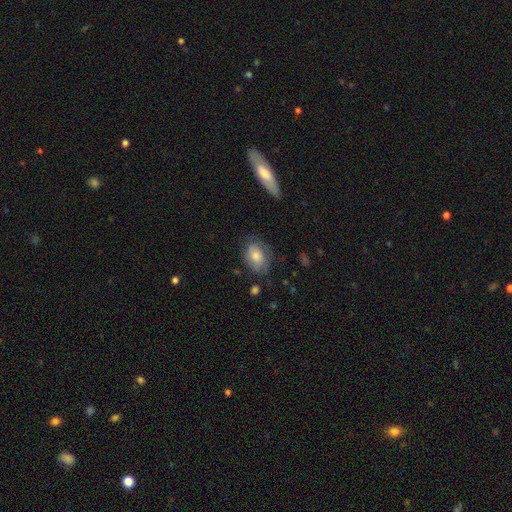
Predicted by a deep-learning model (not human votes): smooth-or-featured: smooth: 65% | featured or disk: 27% | star or artifact: 8%
  how-rounded: in between: 79% | round: 19% | cigar-shaped: 2%
  merging: none: 67% | minor disturbance: 23% | major disturbance: 8% | merger: 2%